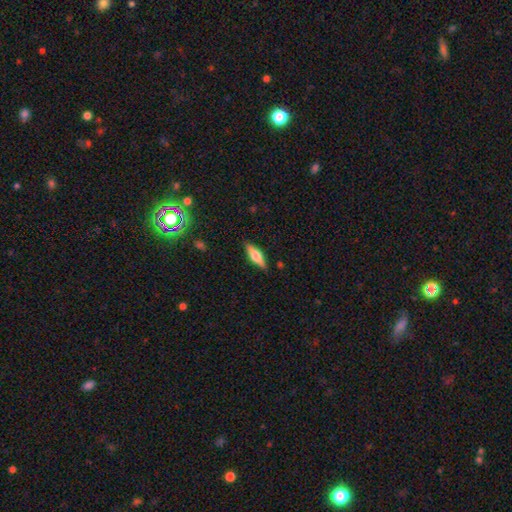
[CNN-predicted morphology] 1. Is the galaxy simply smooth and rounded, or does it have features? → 51% smooth, 43% featured or disk, 6% star or artifact.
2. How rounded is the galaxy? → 53% cigar-shaped, 44% in between, 3% round.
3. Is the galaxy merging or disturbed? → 87% none, 10% minor disturbance, 2% major disturbance, 1% merger.